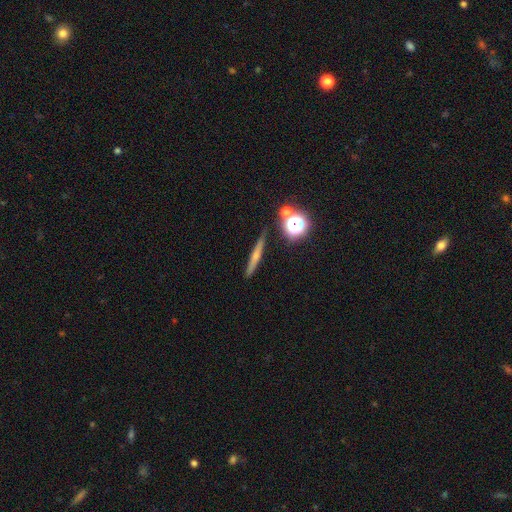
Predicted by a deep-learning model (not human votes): smooth 44%, featured or disk 43%, star or artifact 13%. Down the decision tree: merging — none (88%).